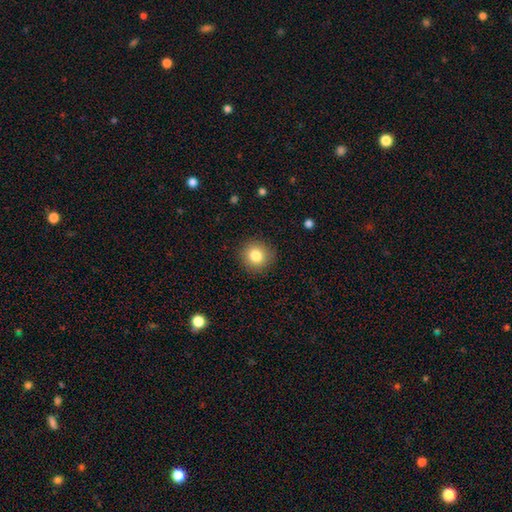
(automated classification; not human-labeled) smooth 82%, star or artifact 10%, featured or disk 8%. Down the decision tree: how rounded — round (91%); merging — none (90%).